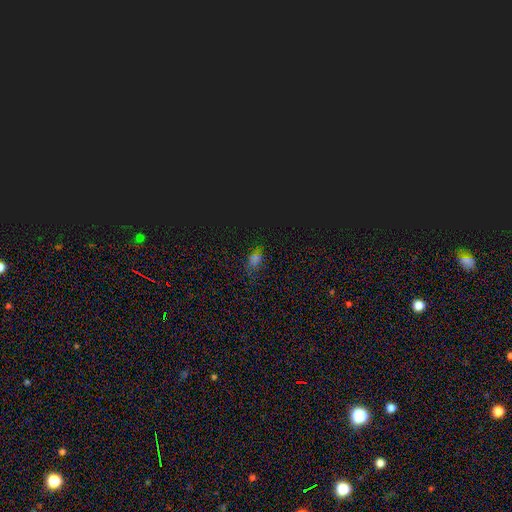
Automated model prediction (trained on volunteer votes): A star or artifact, not a galaxy (50%).